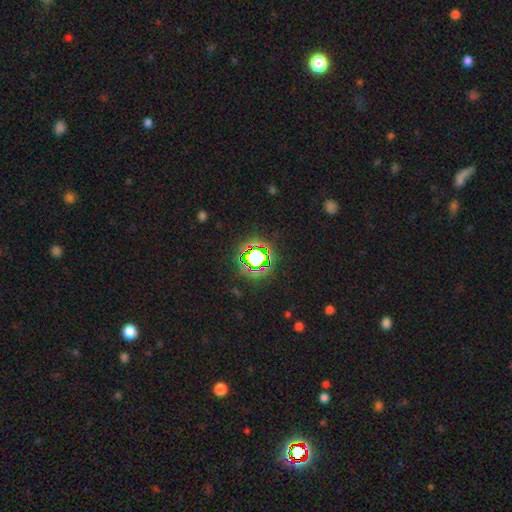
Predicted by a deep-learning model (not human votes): Smooth or featured: star or artifact — 78% (smooth — 15%)